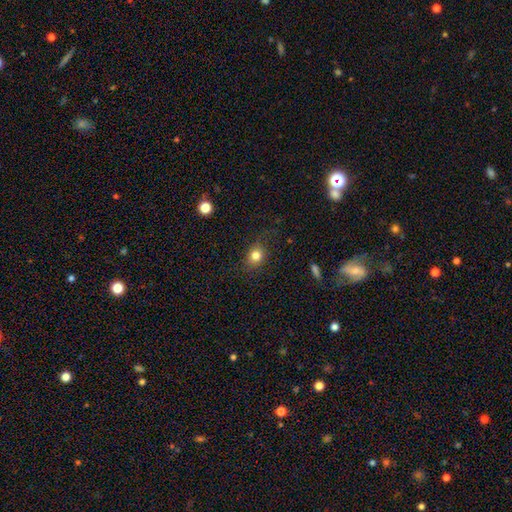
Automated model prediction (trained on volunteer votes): smooth-or-featured: smooth: 81% | star or artifact: 12% | featured or disk: 8%
  how-rounded: round: 64% | in between: 34% | cigar-shaped: 1%
  merging: none: 79% | minor disturbance: 14% | major disturbance: 5% | merger: 1%